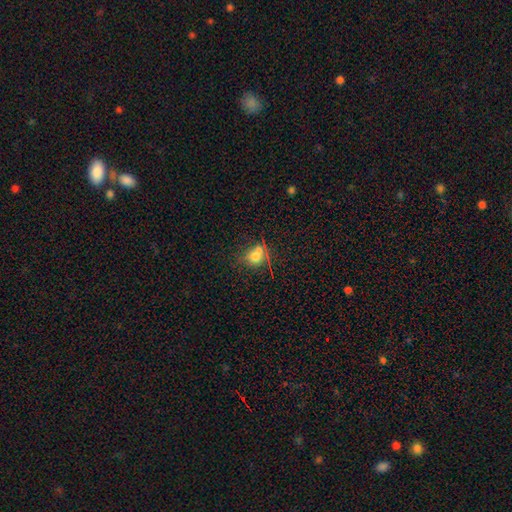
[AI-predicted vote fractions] Smooth or featured? smooth (68%)
How rounded? round (75%)
Merging? none (65%)